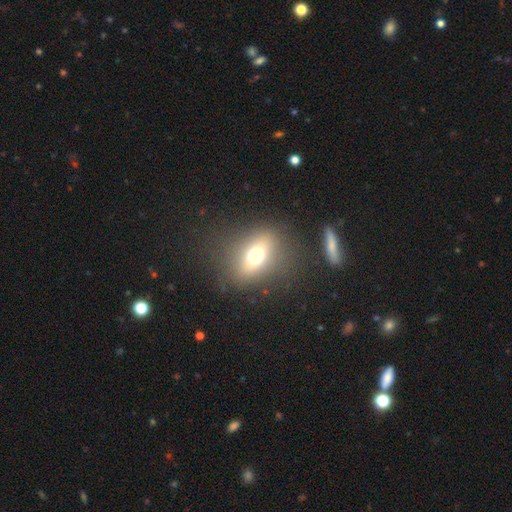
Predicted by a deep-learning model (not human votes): Overall: smooth (64%). How rounded: in between (57%; round 38%). Merging: none (78%).